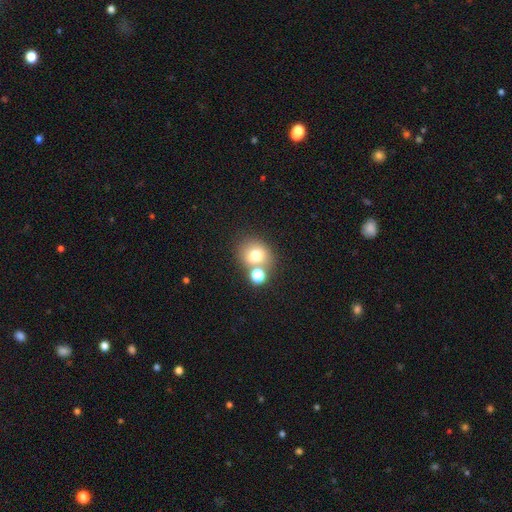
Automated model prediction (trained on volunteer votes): A smooth galaxy with no disk features (72%) that is round (77%). Merging: none (58%).